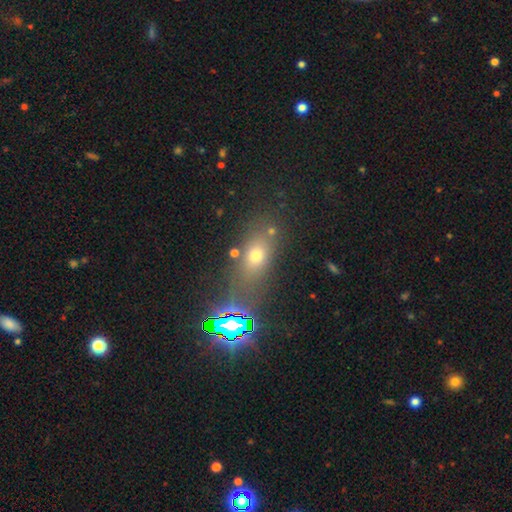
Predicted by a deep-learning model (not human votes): Overall: smooth (61%; star or artifact 24%). How rounded: in between (64%; round 25%). Merging: none (70%).